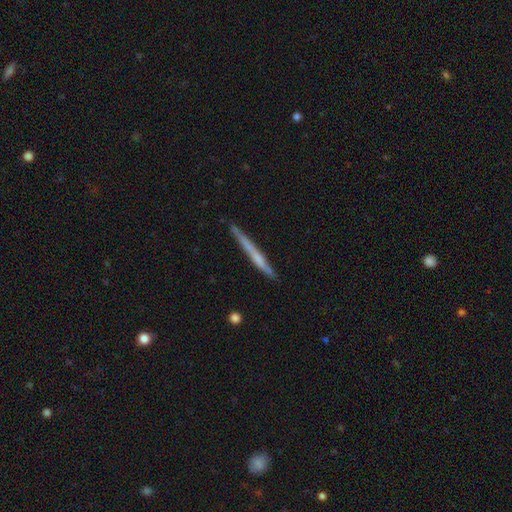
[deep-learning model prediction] Smooth or featured?
  - featured or disk: 55% *
  - smooth: 39%
  - star or artifact: 6%
Edge-on disk?
  - yes: 97% *
  - no: 3%
Edge-on bulge?
  - none: 69% *
  - rounded: 23%
  - boxy: 8%
Merging?
  - none: 85% *
  - minor disturbance: 12%
  - major disturbance: 2%
  - merger: 2%